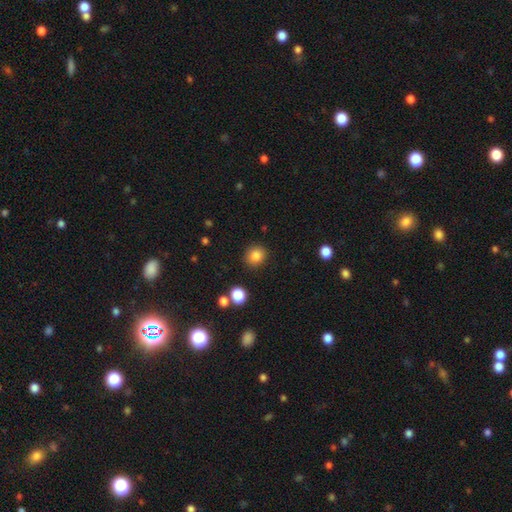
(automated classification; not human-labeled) Overall: smooth (85%). How rounded: round (85%). Merging: none (88%).